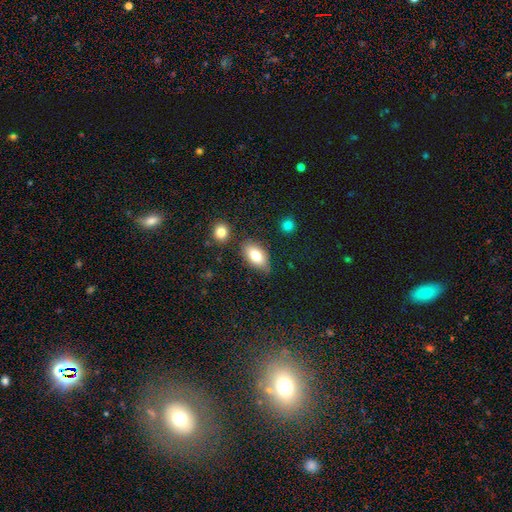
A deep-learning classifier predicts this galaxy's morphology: smooth 78%, featured or disk 14%, star or artifact 8%. Down the decision tree: how rounded — in between (91%); merging — none (78%).